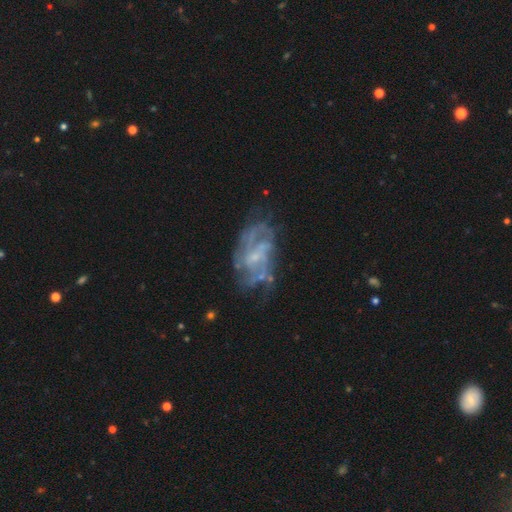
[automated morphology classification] Smooth or featured? Predicted: featured or disk (p=0.80). Edge-on disk? Predicted: no (p=0.97). Bar? Predicted: no (p=0.46). Spiral arms? Predicted: yes (p=0.78). Spiral winding? Predicted: medium (p=0.43). Spiral arm count? Predicted: can't tell (p=0.42). Bulge size? Predicted: small (p=0.58). Merging? Predicted: none (p=0.55).